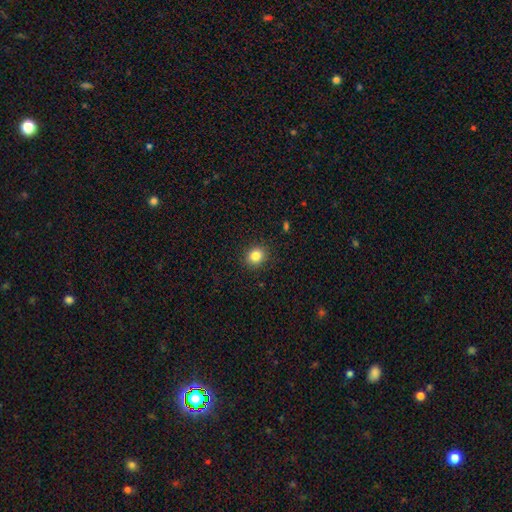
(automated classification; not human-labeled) This is clearly a smooth galaxy (84%). How rounded: likely round (76%). Merging: clearly none (90%).